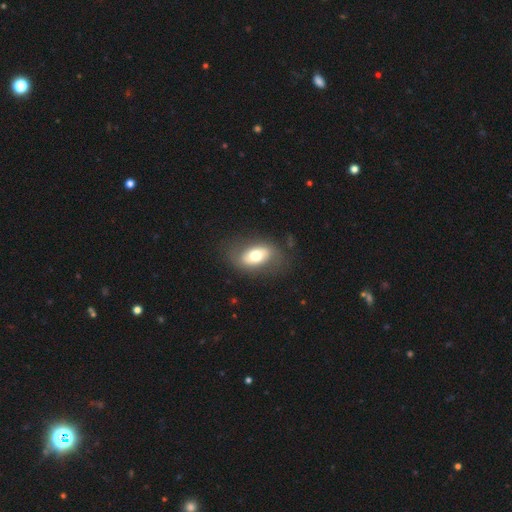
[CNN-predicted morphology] smooth-or-featured: smooth: 58% | featured or disk: 36% | star or artifact: 7%
  how-rounded: in between: 87% | round: 10% | cigar-shaped: 2%
  merging: none: 73% | minor disturbance: 16% | major disturbance: 9% | merger: 1%